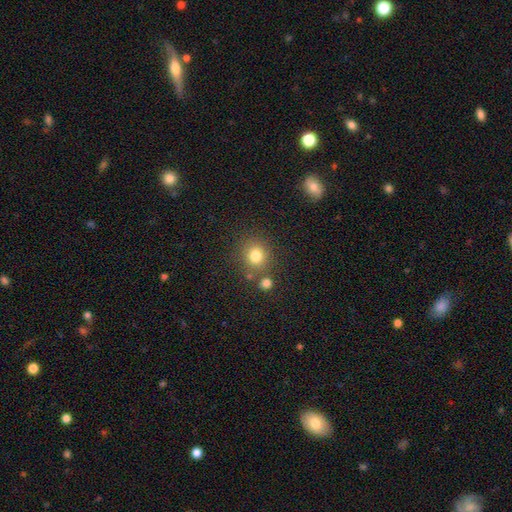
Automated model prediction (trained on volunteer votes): This appears to be a smooth galaxy with no disk features (79%) that is round (83%). Merging: none (75%).